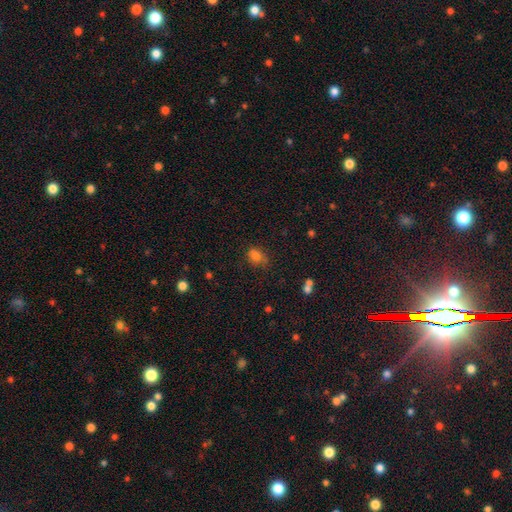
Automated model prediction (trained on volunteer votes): Smooth or featured? Predicted: smooth (p=0.78). How rounded? Predicted: in between (p=0.63). Merging? Predicted: none (p=0.54).